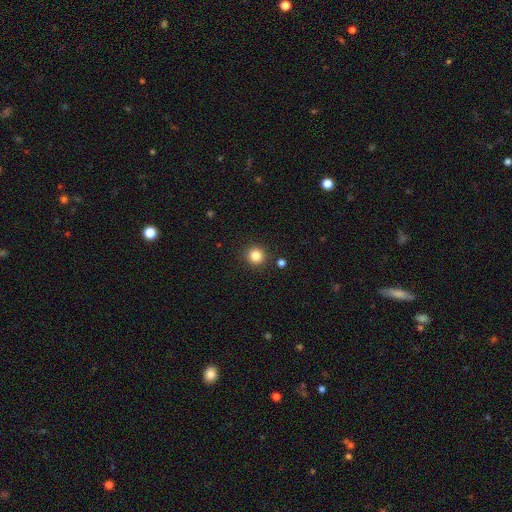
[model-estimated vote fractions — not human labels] A smooth galaxy with no disk features (84%) that is round (93%).

Vote fractions:
- Smooth or featured? smooth: 84% / star or artifact: 12% / featured or disk: 5%
- How rounded? round: 93% / in between: 6% / cigar-shaped: 1%
- Merging? none: 90% / minor disturbance: 6% / merger: 2% / major disturbance: 2%